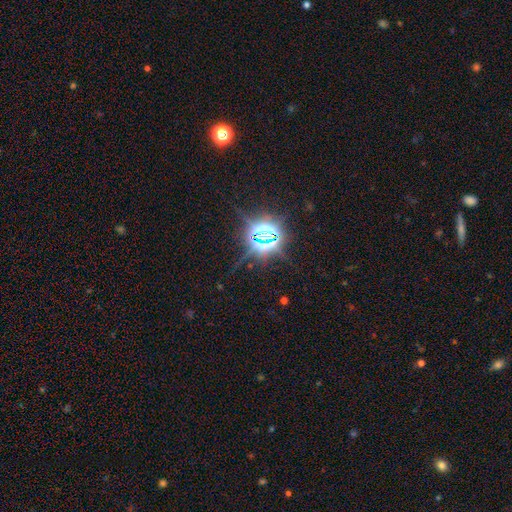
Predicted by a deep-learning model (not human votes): The model was most divided on "smooth or featured": star or artifact: 82%, smooth: 12%, featured or disk: 6%.